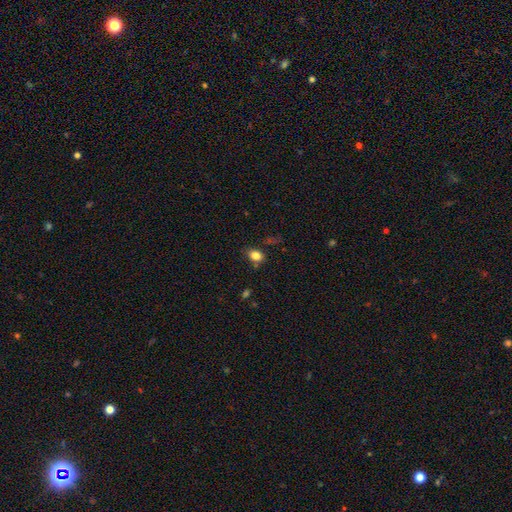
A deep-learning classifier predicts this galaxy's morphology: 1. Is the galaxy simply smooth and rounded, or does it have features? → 83% smooth, 11% star or artifact, 6% featured or disk.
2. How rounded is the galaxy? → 65% in between, 34% round, 1% cigar-shaped.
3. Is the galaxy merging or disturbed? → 73% none, 18% minor disturbance, 5% major disturbance, 4% merger.